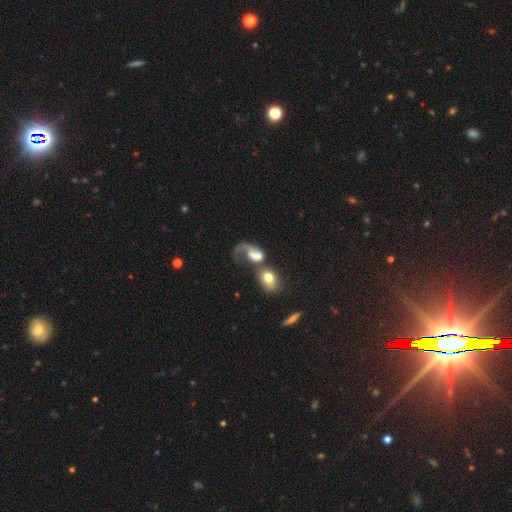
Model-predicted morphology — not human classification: smooth_or_featured: featured or disk (p=0.48) [alt: smooth p=0.41]
merging: merger (p=0.43) [alt: major disturbance p=0.34]